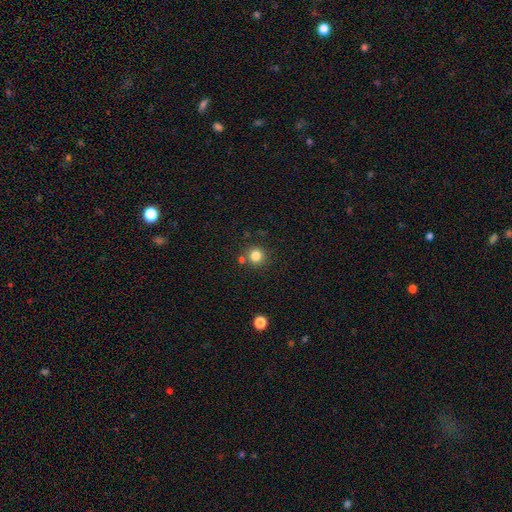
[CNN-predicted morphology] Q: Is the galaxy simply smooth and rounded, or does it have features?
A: smooth — 82%.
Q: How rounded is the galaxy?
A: round — 92%.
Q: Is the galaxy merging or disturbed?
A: none — 79%.